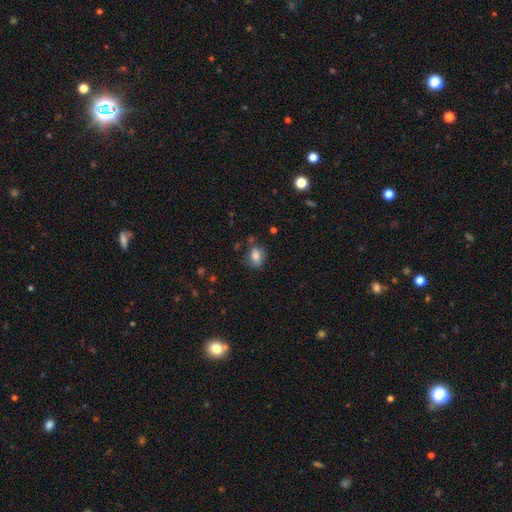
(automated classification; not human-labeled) Smooth or featured?
  - smooth: 81% *
  - featured or disk: 10%
  - star or artifact: 10%
How rounded?
  - in between: 63% *
  - round: 36%
  - cigar-shaped: 1%
Merging?
  - none: 66% *
  - minor disturbance: 23%
  - major disturbance: 7%
  - merger: 4%